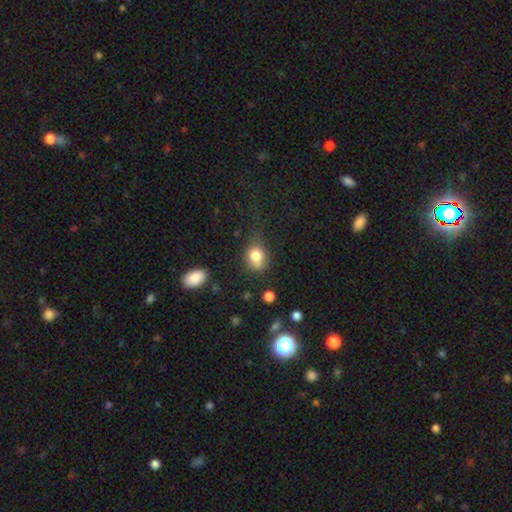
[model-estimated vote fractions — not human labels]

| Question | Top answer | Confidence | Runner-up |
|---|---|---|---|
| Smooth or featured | smooth | 80% | star or artifact (11%) |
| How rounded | round | 53% | in between (46%) |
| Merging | none | 50% | minor disturbance (29%) |